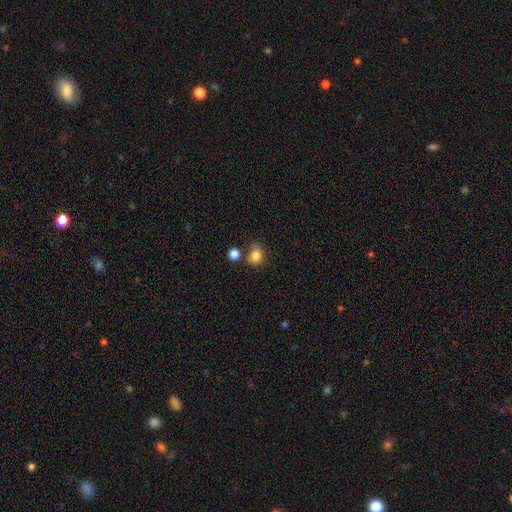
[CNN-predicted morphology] Smooth or featured: smooth — 81% (star or artifact — 12%)
How rounded: round — 65% (in between — 34%)
Merging: none — 54% (minor disturbance — 21%)